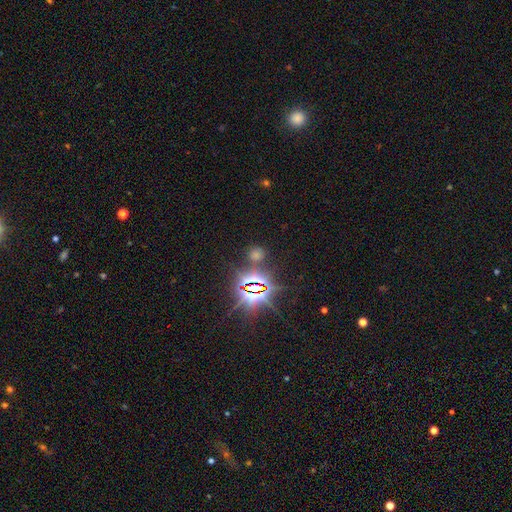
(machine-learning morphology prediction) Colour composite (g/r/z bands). It shows a star or artifact, not a galaxy (76%).